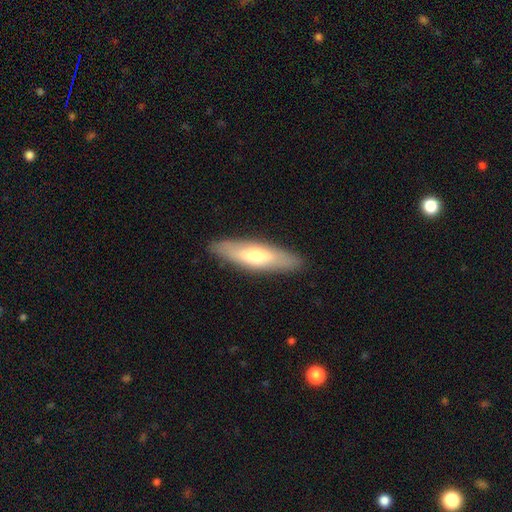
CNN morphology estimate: Smooth or featured?
  - smooth: 56% *
  - featured or disk: 38%
  - star or artifact: 6%
How rounded?
  - cigar-shaped: 58% *
  - in between: 40%
  - round: 2%
Merging?
  - none: 88% *
  - minor disturbance: 9%
  - major disturbance: 2%
  - merger: 1%